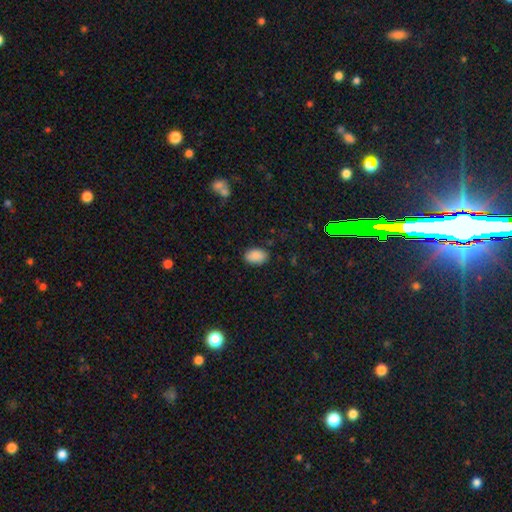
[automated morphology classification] smooth 88%, star or artifact 8%, featured or disk 4%. Down the decision tree: how rounded — in between (91%); merging — none (84%).